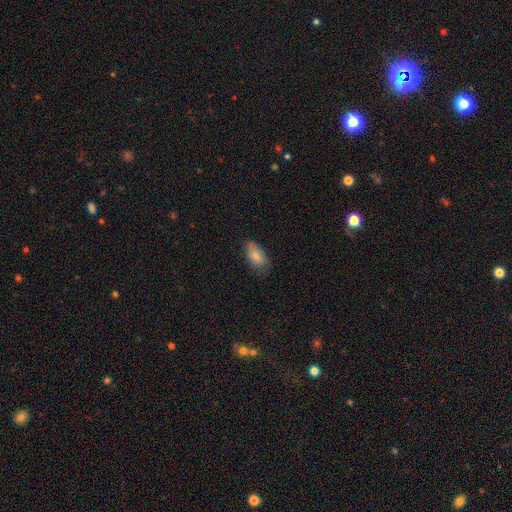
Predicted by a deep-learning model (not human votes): smooth_or_featured: smooth (p=0.83) [alt: featured or disk p=0.10]
how_rounded: in between (p=0.92) [alt: cigar-shaped p=0.05]
merging: none (p=0.69) [alt: minor disturbance p=0.25]